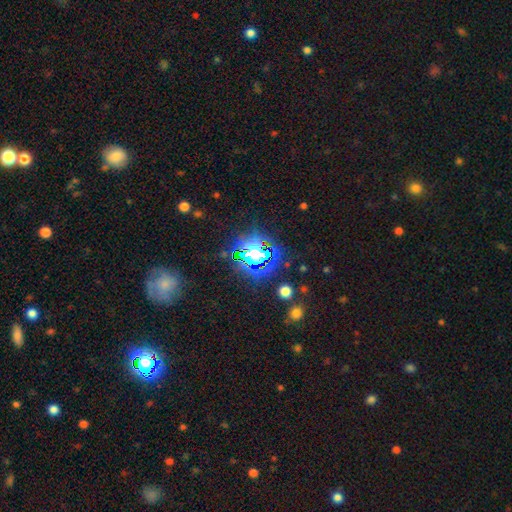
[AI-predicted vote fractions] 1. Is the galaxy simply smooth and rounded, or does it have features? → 68% star or artifact, 20% smooth, 11% featured or disk.